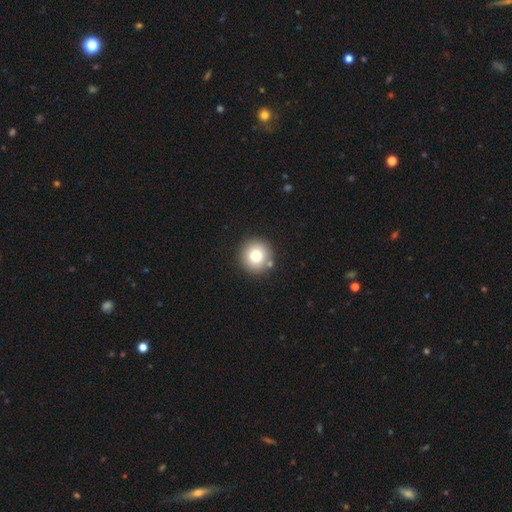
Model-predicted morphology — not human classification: smooth_or_featured: smooth (p=0.78) [alt: featured or disk p=0.11]
how_rounded: round (p=0.94) [alt: in between p=0.05]
merging: none (p=0.86) [alt: minor disturbance p=0.07]